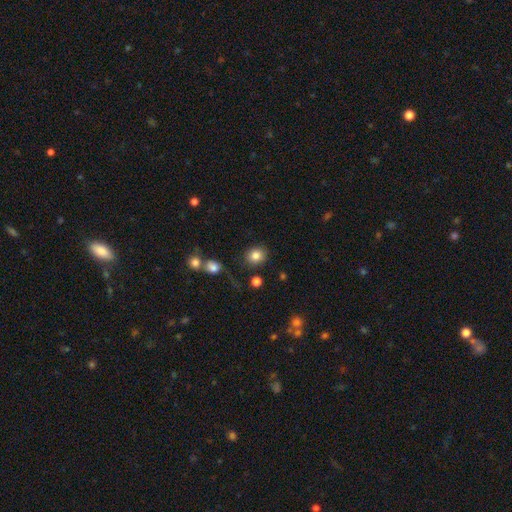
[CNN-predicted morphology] This appears to be a smooth galaxy with no disk features (84%) that is round (76%). Merging: none (81%).